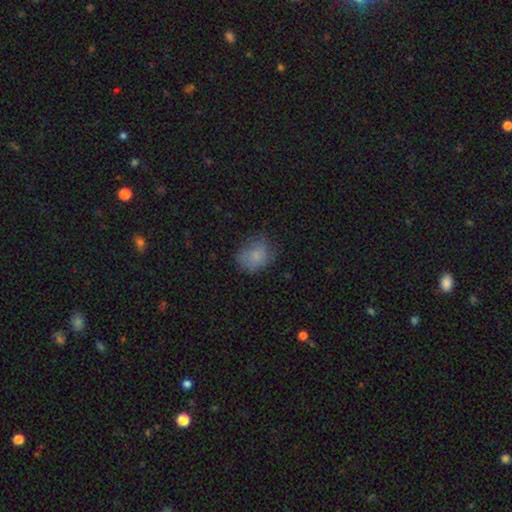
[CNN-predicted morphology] A smooth galaxy with no disk features (74%) that is in between round and cigar-shaped (50%).

Vote fractions:
- Smooth or featured? smooth: 74% / featured or disk: 16% / star or artifact: 10%
- How rounded? in between: 50% / round: 49% / cigar-shaped: 1%
- Merging? none: 59% / minor disturbance: 28% / major disturbance: 12% / merger: 2%